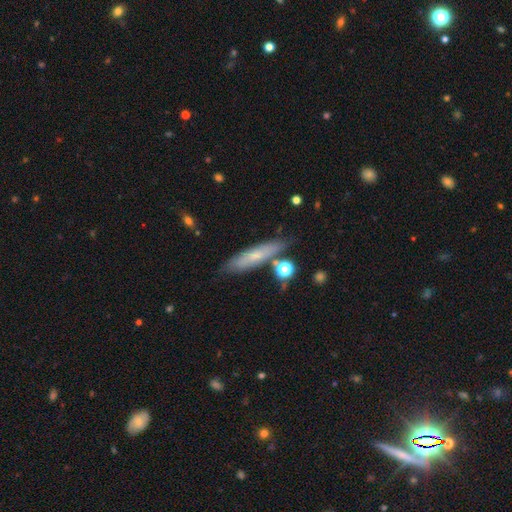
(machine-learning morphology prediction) type=smooth (58%); roundness=cigar-shaped (79%); merging=none (75%).